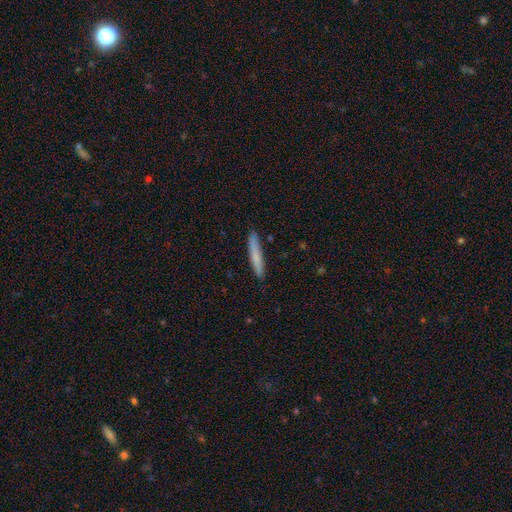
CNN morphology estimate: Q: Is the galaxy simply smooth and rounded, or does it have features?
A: smooth — 75%.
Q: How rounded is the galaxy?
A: cigar-shaped — 94%.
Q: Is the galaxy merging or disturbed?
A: none — 89%.